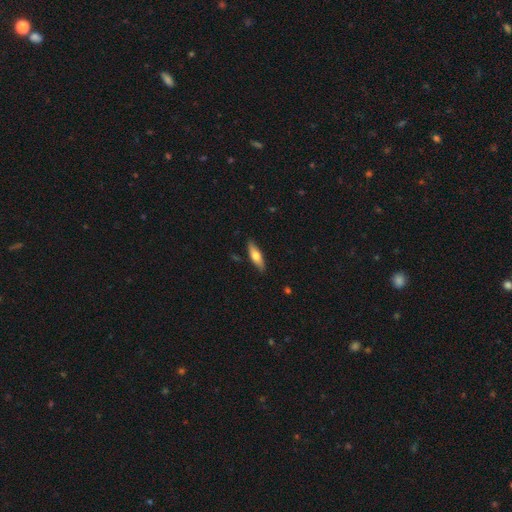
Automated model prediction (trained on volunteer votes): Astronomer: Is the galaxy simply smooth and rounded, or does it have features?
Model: smooth — 63%.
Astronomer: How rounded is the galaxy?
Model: cigar-shaped — 54% (runner-up: in between, 44%).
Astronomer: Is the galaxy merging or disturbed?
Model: none — 87%.